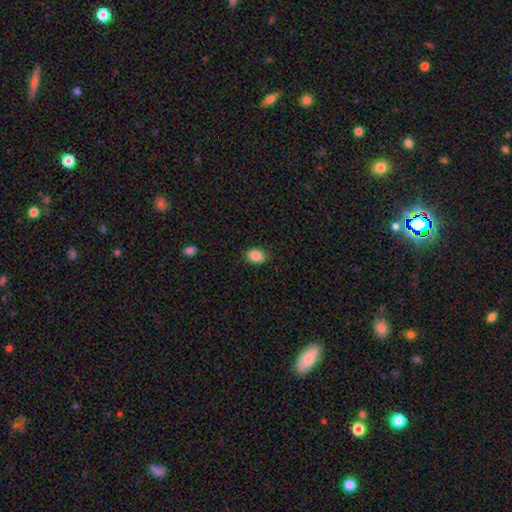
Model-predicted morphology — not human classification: Q: Smooth or featured?
A: smooth (87%); runner-up: star or artifact (9%)
Q: How rounded?
A: in between (58%); runner-up: round (41%)
Q: Merging?
A: none (86%); runner-up: minor disturbance (11%)